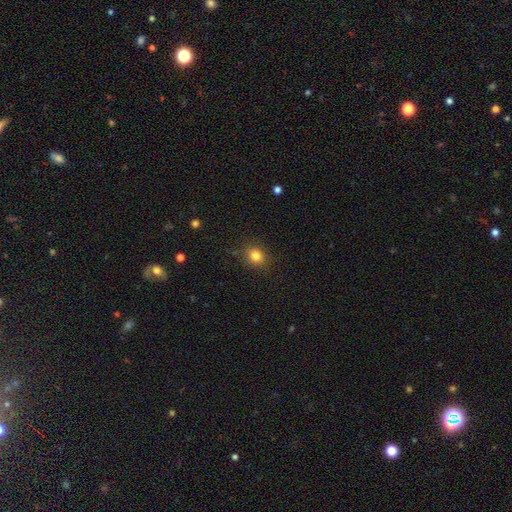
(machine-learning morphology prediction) smooth-or-featured: smooth: 82% | star or artifact: 12% | featured or disk: 6%
  how-rounded: round: 72% | in between: 27% | cigar-shaped: 1%
  merging: none: 87% | minor disturbance: 9% | major disturbance: 3% | merger: 1%